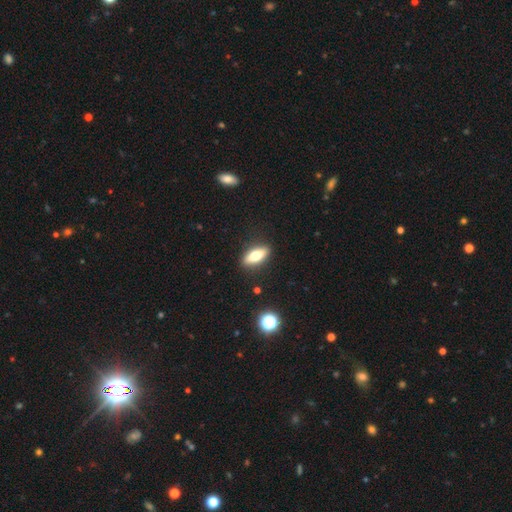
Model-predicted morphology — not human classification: A smooth galaxy with no disk features (63%) that is in between round and cigar-shaped (65%).

Vote fractions:
- Smooth or featured? smooth: 63% / featured or disk: 29% / star or artifact: 8%
- How rounded? in between: 65% / cigar-shaped: 31% / round: 4%
- Merging? none: 88% / minor disturbance: 8% / major disturbance: 2% / merger: 1%